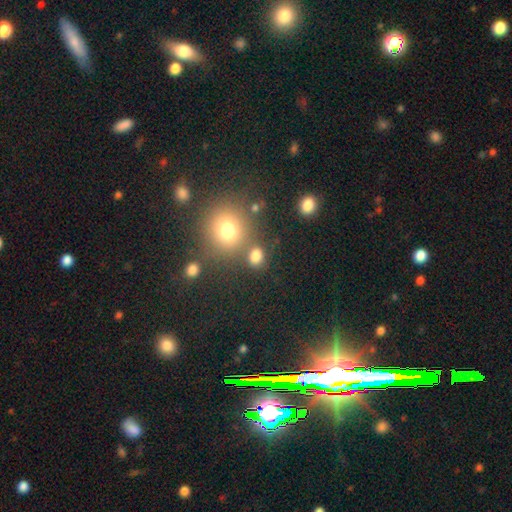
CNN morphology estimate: type=smooth (78%); roundness=round (55%); merging=none (68%).